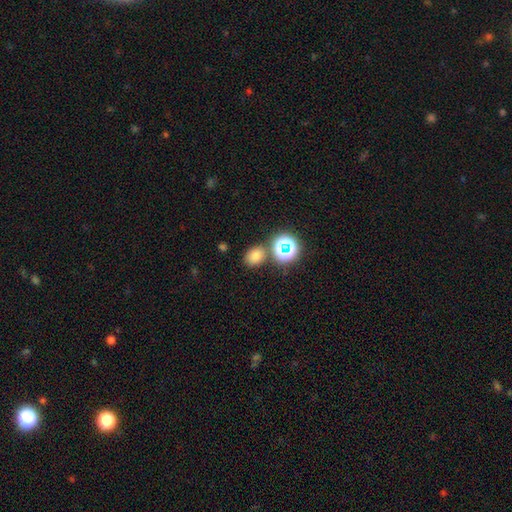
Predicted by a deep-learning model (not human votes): Smooth or featured: smooth — 73% (star or artifact — 20%)
How rounded: in between — 55% (round — 44%)
Merging: none — 75% (minor disturbance — 11%)